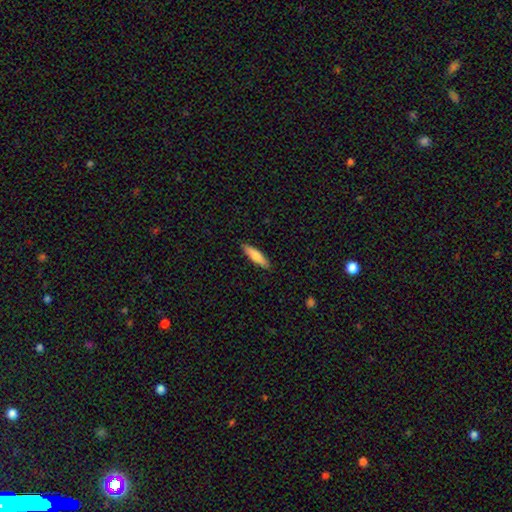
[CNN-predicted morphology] smooth 78%, featured or disk 17%, star or artifact 5%. Down the decision tree: how rounded — cigar-shaped (70%); merging — none (90%).